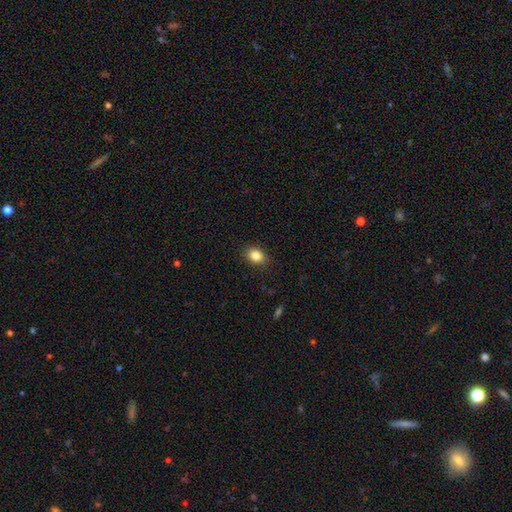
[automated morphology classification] The model was most divided on "how rounded": in between: 64%, round: 35%, cigar-shaped: 1%. More confident: merging — none (89%); smooth or featured — smooth (85%).